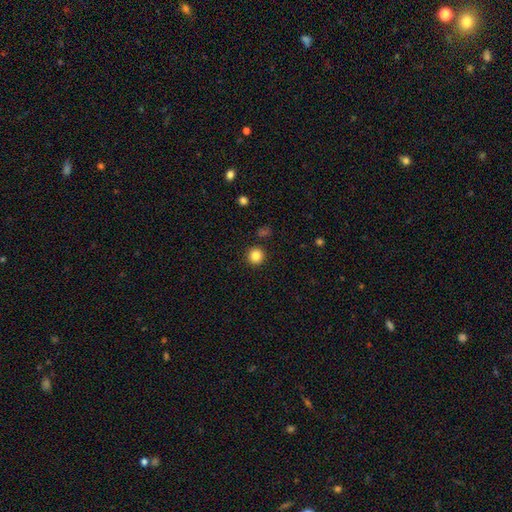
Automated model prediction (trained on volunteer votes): Smooth or featured? Predicted: smooth (p=0.84). How rounded? Predicted: round (p=0.94). Merging? Predicted: none (p=0.91).